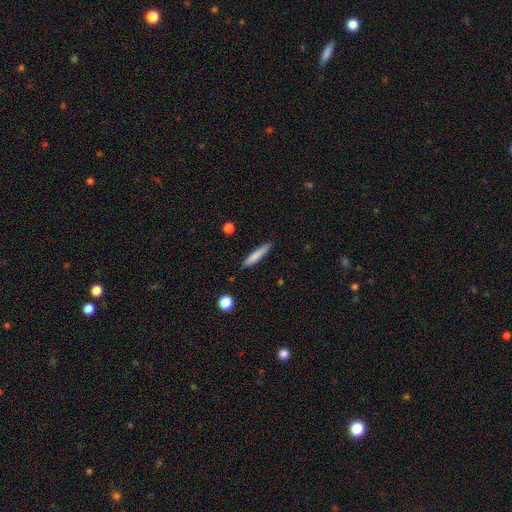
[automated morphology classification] smooth 74%, featured or disk 19%, star or artifact 6%. Down the decision tree: how rounded — cigar-shaped (91%); merging — none (83%).